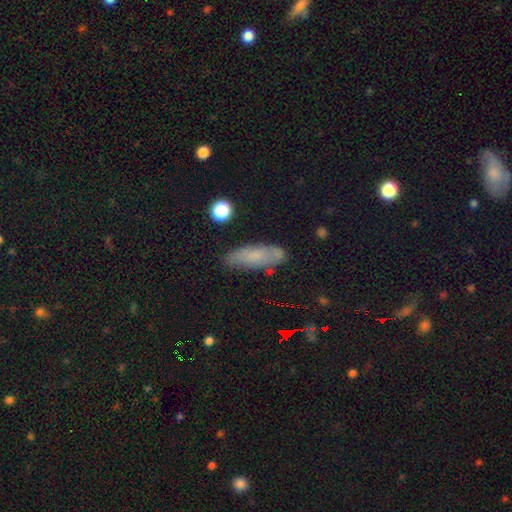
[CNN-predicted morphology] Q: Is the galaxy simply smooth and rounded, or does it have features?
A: smooth — 64%.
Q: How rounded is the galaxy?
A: in between — 56%.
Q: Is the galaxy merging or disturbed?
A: none — 72%.